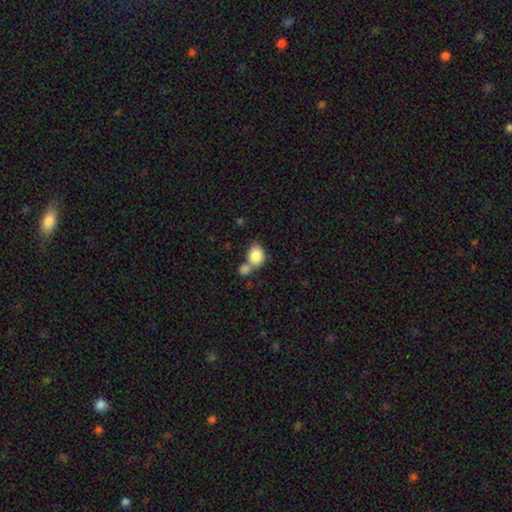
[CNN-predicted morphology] Overall: smooth (85%). How rounded: in between (51%; round 48%). Merging: merger (46%; none 38%).